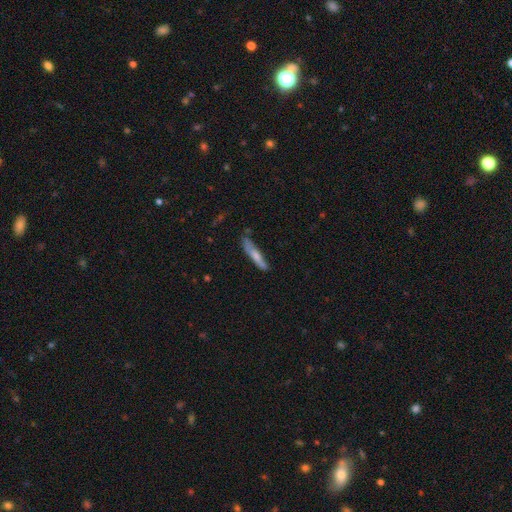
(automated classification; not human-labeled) Smooth or featured? smooth (63%)
How rounded? cigar-shaped (90%)
Merging? none (65%)